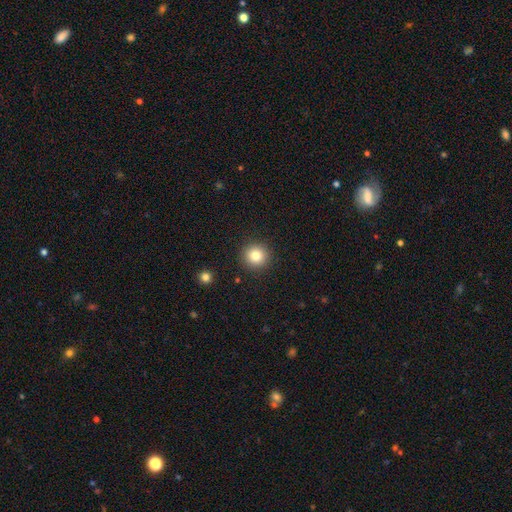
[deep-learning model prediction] A smooth galaxy with no disk features (81%) that is round (94%). Merging: none (91%).